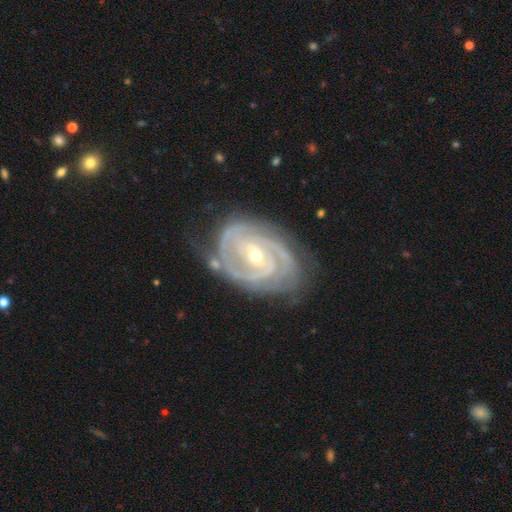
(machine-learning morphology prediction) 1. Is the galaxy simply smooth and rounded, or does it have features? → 92% featured or disk, 5% star or artifact, 4% smooth.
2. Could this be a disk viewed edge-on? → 97% no, 3% yes.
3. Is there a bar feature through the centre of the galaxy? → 42% no, 39% weak, 19% strong.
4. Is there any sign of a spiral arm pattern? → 98% yes, 2% no.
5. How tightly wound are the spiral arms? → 77% tight, 21% medium, 3% loose.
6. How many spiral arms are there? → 40% 2, 32% 3, 12% can't tell, 8% 4, 4% more than 4, 4% 1.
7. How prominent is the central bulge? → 50% moderate, 47% small, 1% large, 1% none, 1% dominant.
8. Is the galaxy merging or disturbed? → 68% none, 21% minor disturbance, 8% major disturbance, 3% merger.